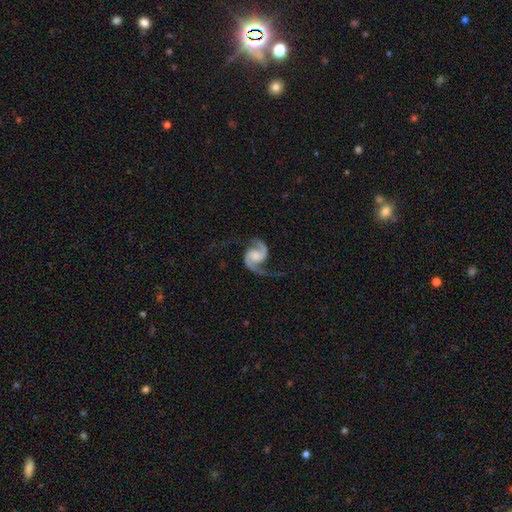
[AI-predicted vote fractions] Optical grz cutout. It shows a featured or disk galaxy (93%) with no bar (58%), 2 (95%) medium (53%) spiral arms (99%) and a moderate central bulge (40%). Merging: none (74%).